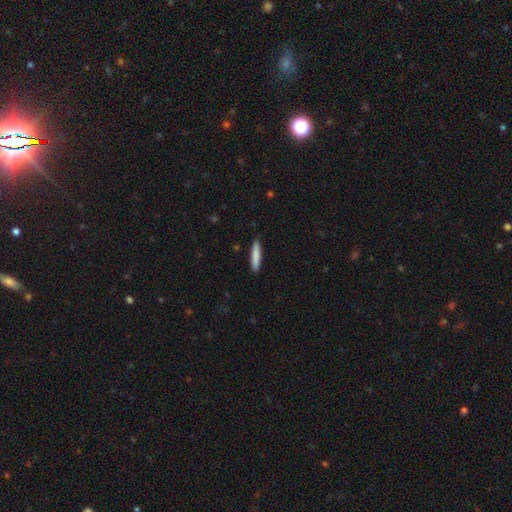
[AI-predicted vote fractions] This is clearly a smooth galaxy (83%). How rounded: clearly cigar-shaped (89%). Merging: clearly none (89%).